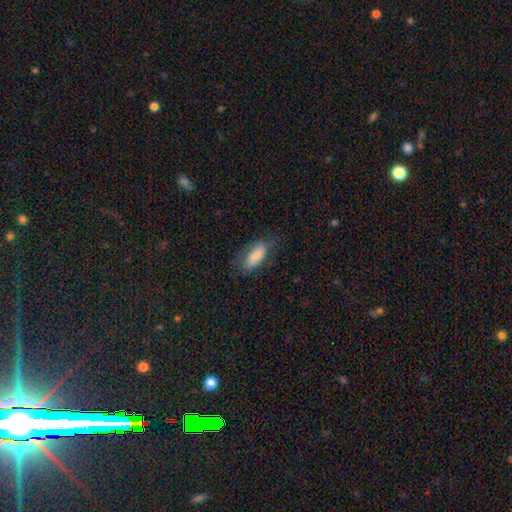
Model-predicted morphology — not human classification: A smooth galaxy with no disk features (77%) that is in between round and cigar-shaped (85%). Merging: none (67%).